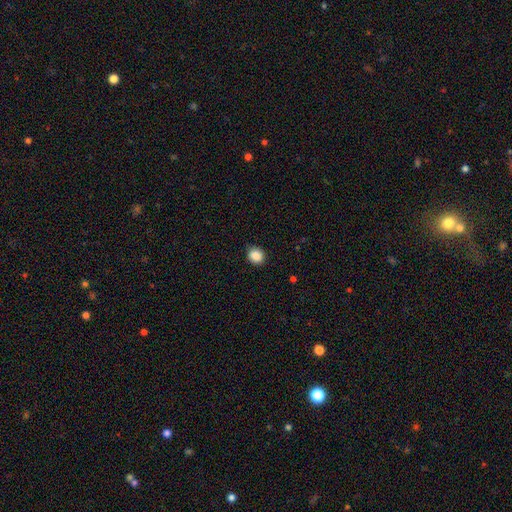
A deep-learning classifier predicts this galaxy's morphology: This appears to be a smooth galaxy with no disk features (88%) that is round (77%). Merging: none (86%).